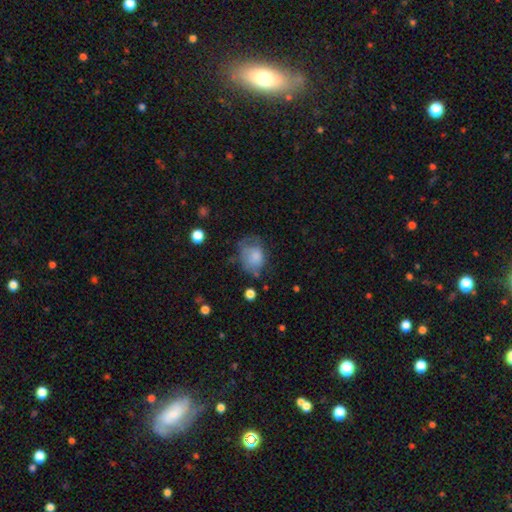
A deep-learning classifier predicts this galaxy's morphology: A smooth galaxy with no disk features (67%) that is in between round and cigar-shaped (54%).

Vote fractions:
- Smooth or featured? smooth: 67% / featured or disk: 23% / star or artifact: 11%
- How rounded? in between: 54% / round: 45% / cigar-shaped: 1%
- Merging? none: 46% / minor disturbance: 30% / major disturbance: 21% / merger: 3%